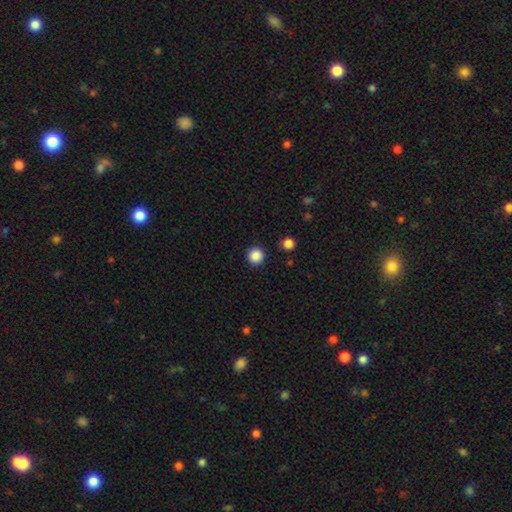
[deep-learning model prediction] The model was most divided on "smooth or featured": smooth: 87%, star or artifact: 10%, featured or disk: 3%. More confident: how rounded — round (96%); merging — none (92%).